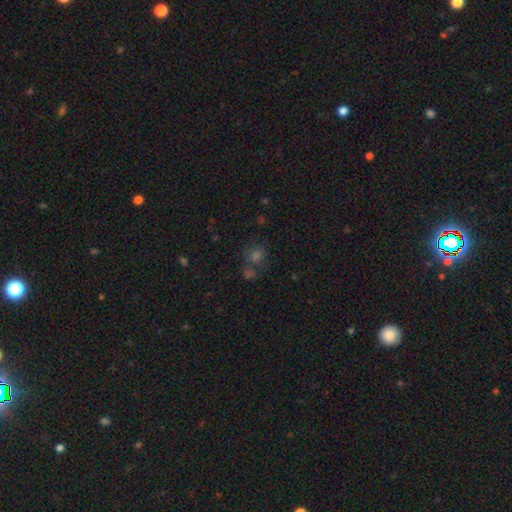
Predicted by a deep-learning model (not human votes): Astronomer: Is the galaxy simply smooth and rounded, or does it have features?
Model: smooth — 53% (runner-up: star or artifact, 35%).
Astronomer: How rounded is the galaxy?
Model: round — 72%.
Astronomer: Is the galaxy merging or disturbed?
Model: none — 61%.